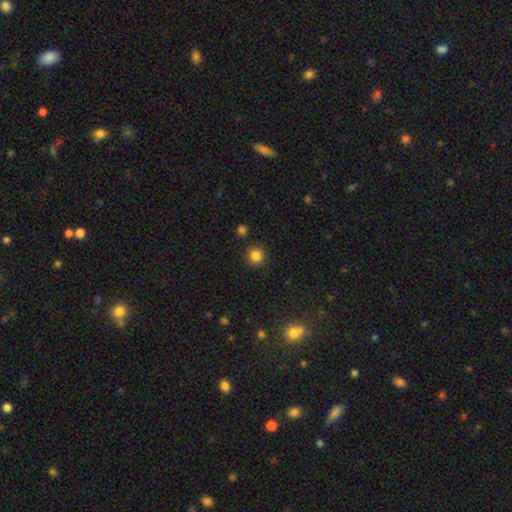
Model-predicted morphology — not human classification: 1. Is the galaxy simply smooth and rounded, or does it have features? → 84% smooth, 13% star or artifact, 4% featured or disk.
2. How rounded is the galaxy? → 94% round, 5% in between, 1% cigar-shaped.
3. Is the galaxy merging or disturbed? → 89% none, 6% minor disturbance, 2% merger, 2% major disturbance.